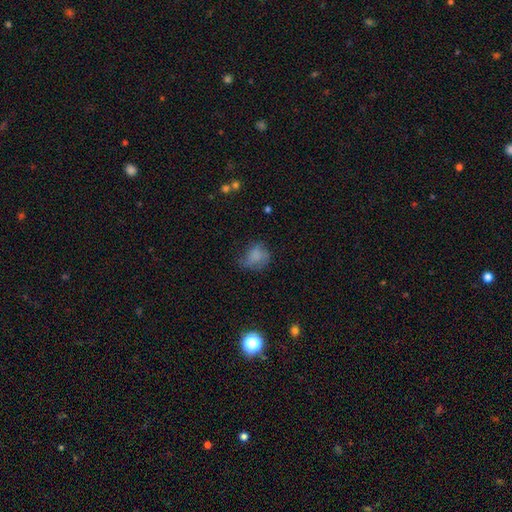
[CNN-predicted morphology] smooth 72%, featured or disk 16%, star or artifact 11%. Down the decision tree: how rounded — in between (50%); merging — none (45%).